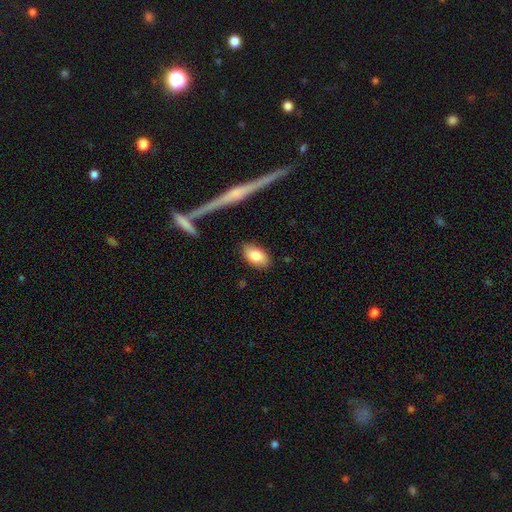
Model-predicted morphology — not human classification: This appears to be a smooth galaxy with no disk features (82%) that is in between round and cigar-shaped (91%). Merging: none (85%).